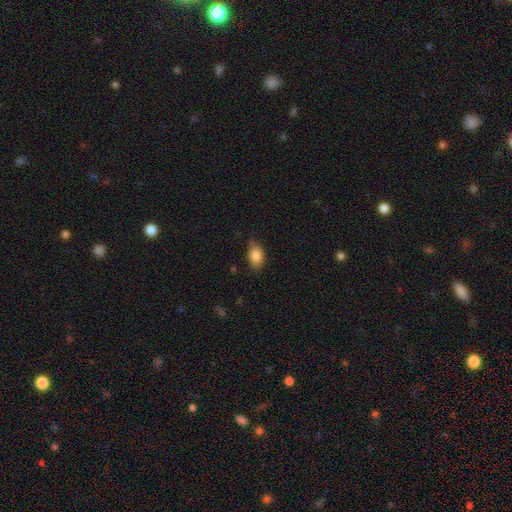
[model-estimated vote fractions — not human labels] A smooth galaxy with no disk features (86%) that is in between round and cigar-shaped (87%).

Vote fractions:
- Smooth or featured? smooth: 86% / star or artifact: 7% / featured or disk: 7%
- How rounded? in between: 87% / round: 11% / cigar-shaped: 2%
- Merging? none: 68% / minor disturbance: 26% / major disturbance: 5% / merger: 2%